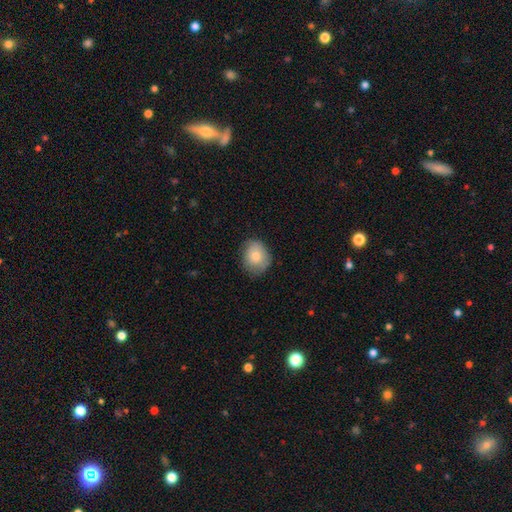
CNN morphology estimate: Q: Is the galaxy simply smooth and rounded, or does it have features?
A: smooth — 79%.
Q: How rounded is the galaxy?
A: round — 65%.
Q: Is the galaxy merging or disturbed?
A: none — 73%.